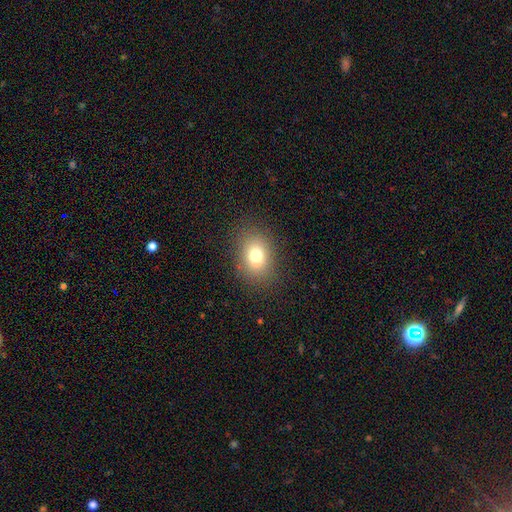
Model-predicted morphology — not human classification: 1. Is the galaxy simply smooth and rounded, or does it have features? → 77% smooth, 12% star or artifact, 11% featured or disk.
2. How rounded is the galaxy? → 67% in between, 32% round, 1% cigar-shaped.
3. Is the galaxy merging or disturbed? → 86% none, 9% minor disturbance, 4% major disturbance, 1% merger.